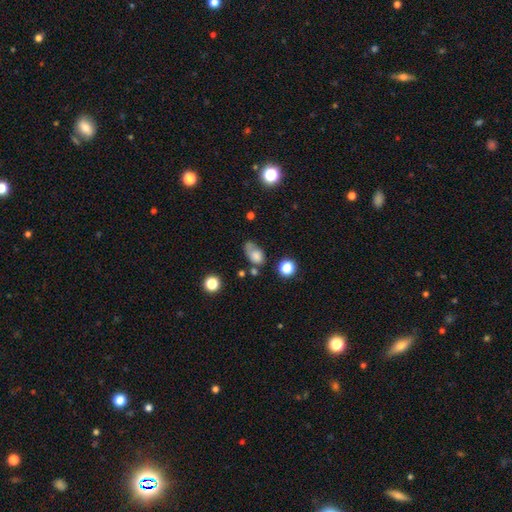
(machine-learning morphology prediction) This is likely a smooth galaxy (72%). How rounded: likely in between (79%). Merging: marginally none (37%).